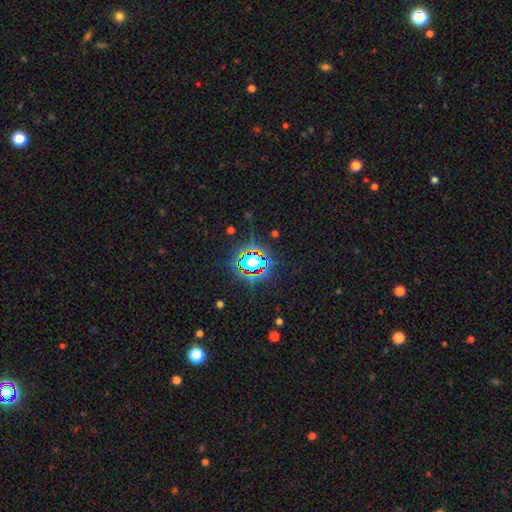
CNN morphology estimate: type=star or artifact (68%).